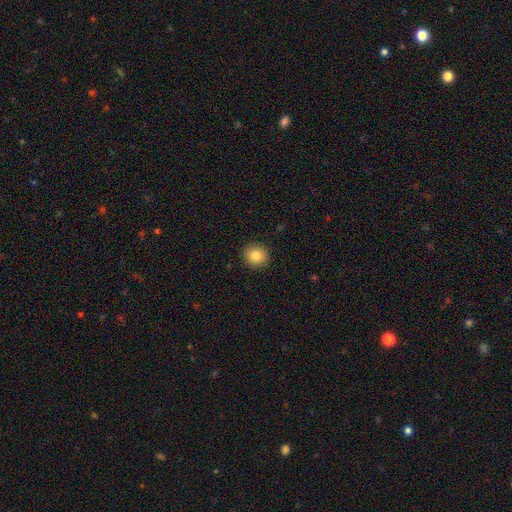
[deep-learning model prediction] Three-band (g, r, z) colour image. It shows a smooth galaxy with no disk features (84%) that is round (87%). Merging: none (92%).